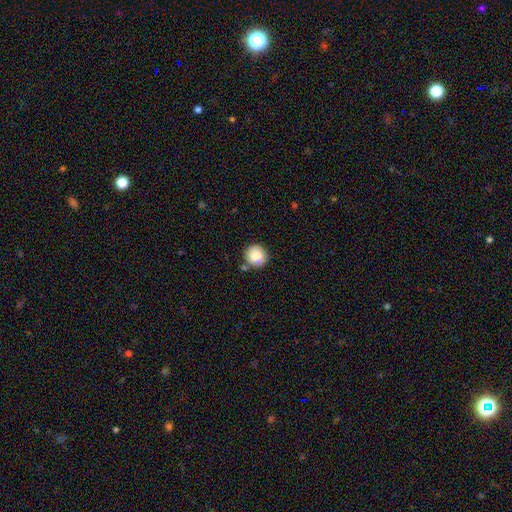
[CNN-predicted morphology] smooth-or-featured: smooth: 87% | star or artifact: 8% | featured or disk: 5%
  how-rounded: round: 93% | in between: 7% | cigar-shaped: 1%
  merging: none: 81% | minor disturbance: 10% | merger: 6% | major disturbance: 3%